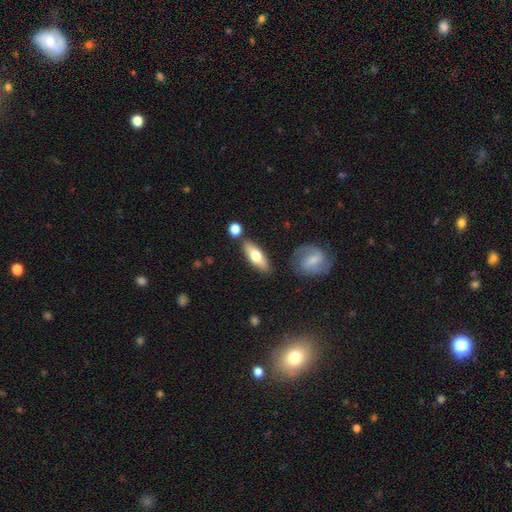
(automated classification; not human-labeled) This appears to be a smooth galaxy with no disk features (63%) that is in between round and cigar-shaped (63%). Merging: none (81%).